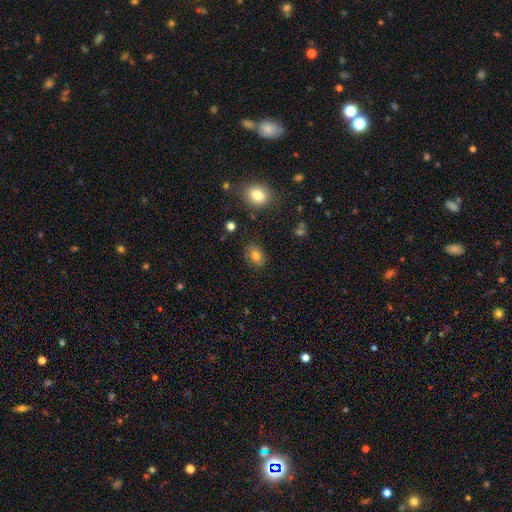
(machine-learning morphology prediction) Smooth or featured?
  - smooth: 78% *
  - featured or disk: 11%
  - star or artifact: 11%
How rounded?
  - in between: 69% *
  - round: 30%
  - cigar-shaped: 1%
Merging?
  - none: 84% *
  - minor disturbance: 11%
  - major disturbance: 3%
  - merger: 2%